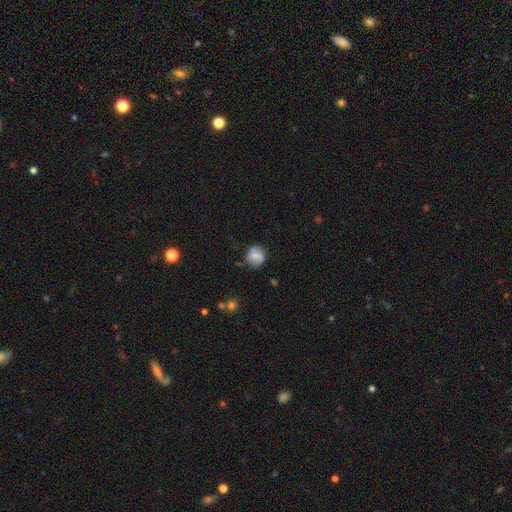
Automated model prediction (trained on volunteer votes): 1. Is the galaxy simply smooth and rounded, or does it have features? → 58% smooth, 33% featured or disk, 9% star or artifact.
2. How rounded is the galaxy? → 78% round, 21% in between, 1% cigar-shaped.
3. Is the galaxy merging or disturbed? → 67% none, 22% minor disturbance, 7% major disturbance, 4% merger.